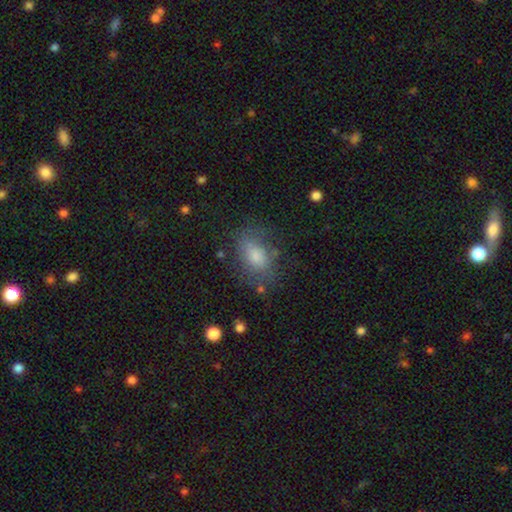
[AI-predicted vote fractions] Overall: smooth (70%). How rounded: in between (83%). Merging: none (62%).